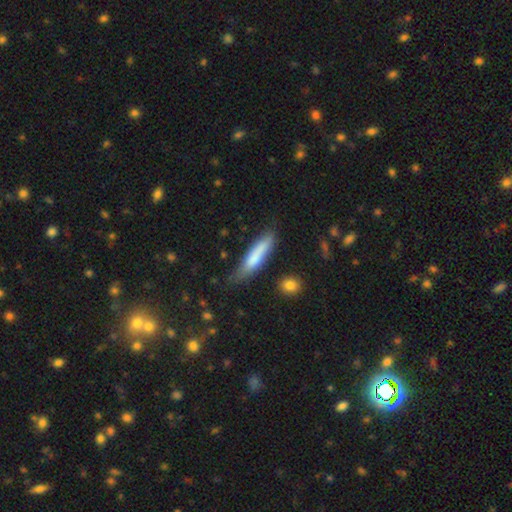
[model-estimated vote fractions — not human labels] Morphology: type=smooth (75%); roundness=cigar-shaped (79%); merging=none (66%).